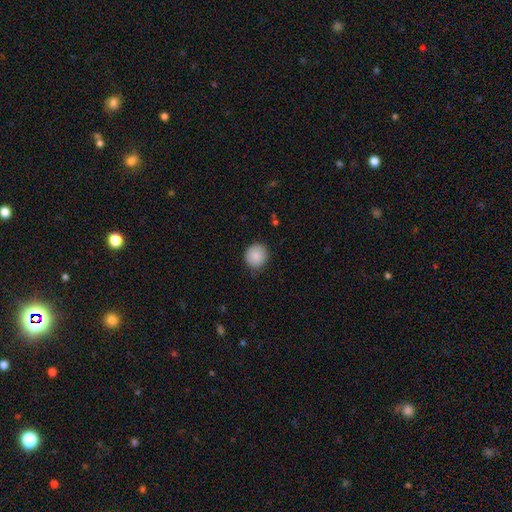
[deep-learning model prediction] Q: Smooth or featured?
A: smooth (88%); runner-up: star or artifact (8%)
Q: How rounded?
A: round (87%); runner-up: in between (12%)
Q: Merging?
A: none (84%); runner-up: minor disturbance (13%)